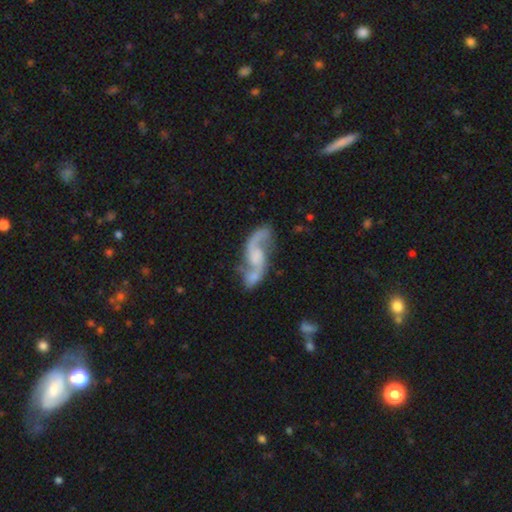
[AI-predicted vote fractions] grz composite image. It shows a featured or disk galaxy (87%) with no bar (50%), 2 (92%) loose (66%) spiral arms (96%) and no central bulge (34%). Merging: none (55%).